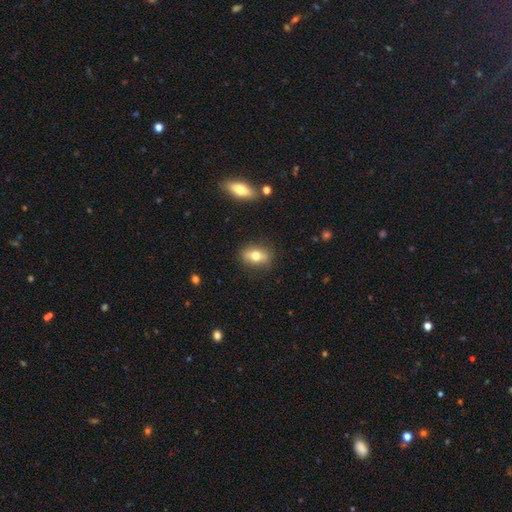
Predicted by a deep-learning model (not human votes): Morphology: type=smooth (65%); roundness=in between (75%); merging=none (85%).